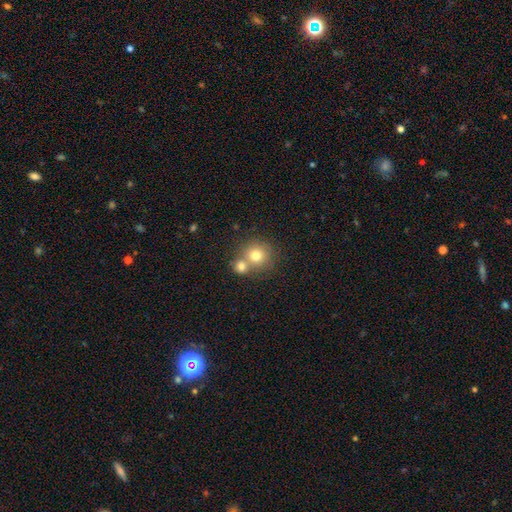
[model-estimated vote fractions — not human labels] Smooth or featured? smooth (75%)
How rounded? round (88%)
Merging? none (46%)